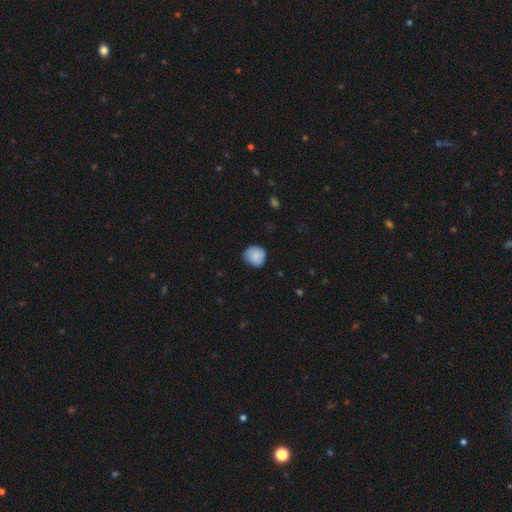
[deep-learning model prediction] This appears to be a smooth galaxy with no disk features (85%) that is round (84%). Merging: none (71%).